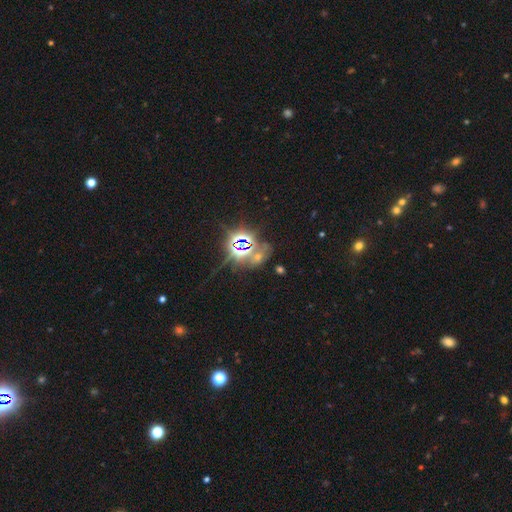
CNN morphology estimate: type=star or artifact (70%).